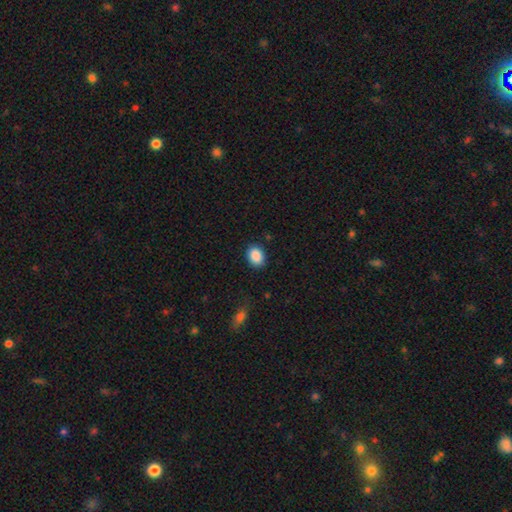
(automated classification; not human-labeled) The model was most divided on "how rounded": in between: 63%, round: 36%, cigar-shaped: 1%. More confident: smooth or featured — smooth (89%); merging — none (86%).